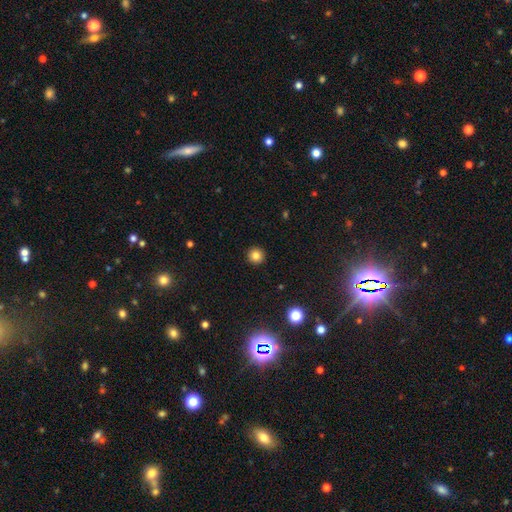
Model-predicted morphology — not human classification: Smooth or featured? Predicted: smooth (p=0.82). How rounded? Predicted: round (p=0.95). Merging? Predicted: none (p=0.93).